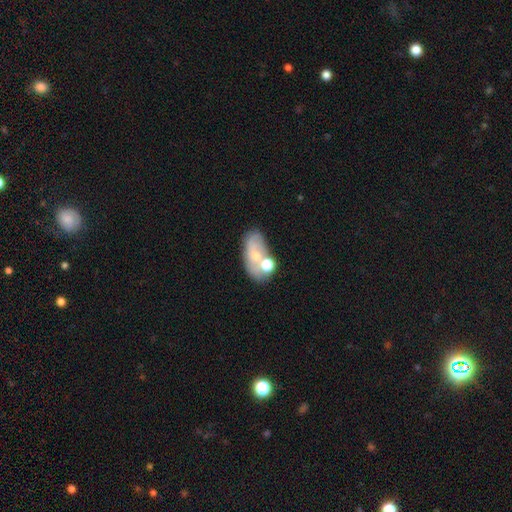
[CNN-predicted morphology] smooth 52%, featured or disk 37%, star or artifact 11%. Down the decision tree: how rounded — in between (86%); merging — none (43%).